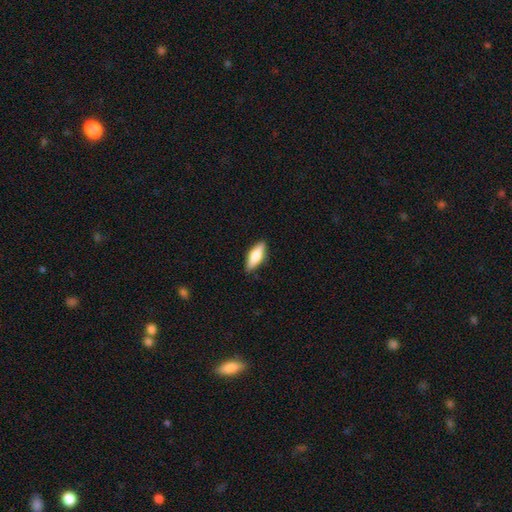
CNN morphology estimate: Smooth or featured? smooth (63%)
How rounded? in between (57%)
Merging? none (87%)